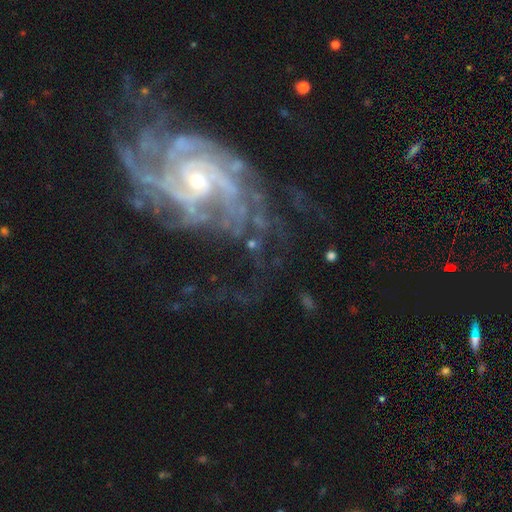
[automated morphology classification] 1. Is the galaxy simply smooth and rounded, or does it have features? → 88% featured or disk, 8% star or artifact, 4% smooth.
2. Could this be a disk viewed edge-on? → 96% no, 4% yes.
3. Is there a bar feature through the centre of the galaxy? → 54% no, 33% weak, 13% strong.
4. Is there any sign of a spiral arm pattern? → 97% yes, 3% no.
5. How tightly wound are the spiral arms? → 57% tight, 33% medium, 10% loose.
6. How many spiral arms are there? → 28% can't tell, 19% 2, 16% 4, 16% 3, 13% more than 4, 9% 1.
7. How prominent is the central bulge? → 59% small, 35% moderate, 3% large, 2% none, 1% dominant.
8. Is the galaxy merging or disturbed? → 61% none, 19% major disturbance, 18% minor disturbance, 3% merger.